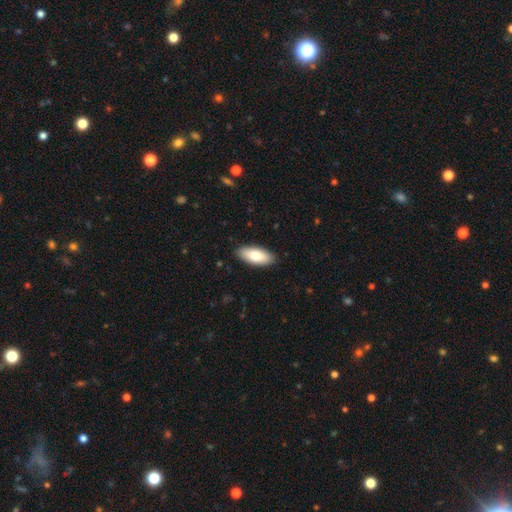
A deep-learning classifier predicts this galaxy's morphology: This is clearly a smooth galaxy (80%). How rounded: clearly in between (84%). Merging: clearly none (89%).